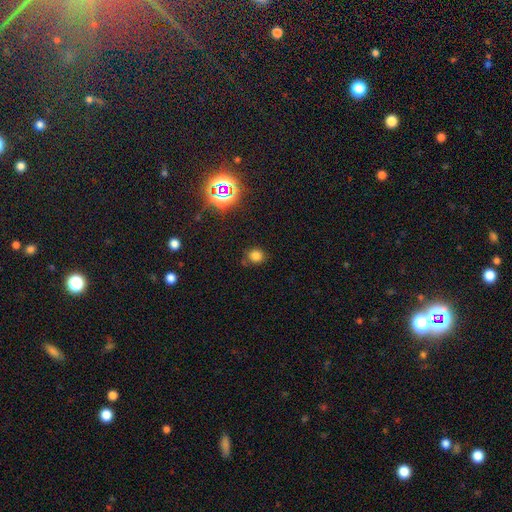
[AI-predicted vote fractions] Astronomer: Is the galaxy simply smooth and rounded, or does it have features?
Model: smooth — 73%.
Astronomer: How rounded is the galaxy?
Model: round — 80%.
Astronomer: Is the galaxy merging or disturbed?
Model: none — 75%.